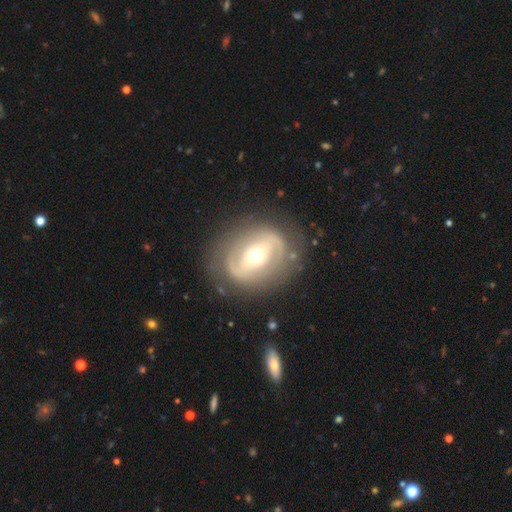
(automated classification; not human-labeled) Smooth or featured: featured or disk — 73% (smooth — 20%)
Edge-on disk: no — 95% (yes — 5%)
Bar: no — 37% (strong — 34%)
Spiral arms: yes — 64% (no — 36%)
Bulge size: moderate — 49% (small — 45%)
Merging: none — 78% (minor disturbance — 13%)